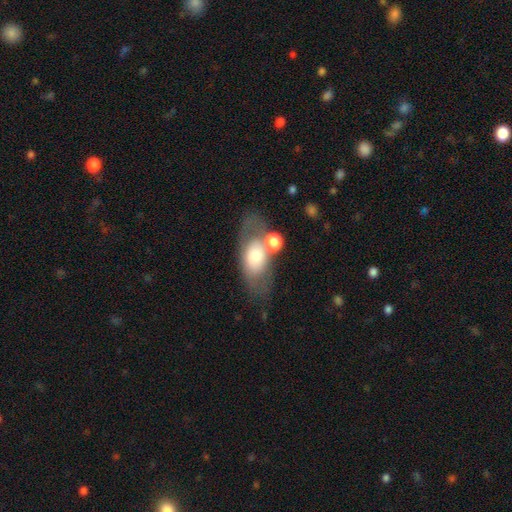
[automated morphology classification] Smooth or featured?
  - smooth: 55% *
  - featured or disk: 37%
  - star or artifact: 8%
How rounded?
  - in between: 83% *
  - round: 11%
  - cigar-shaped: 6%
Merging?
  - none: 54% *
  - merger: 19%
  - minor disturbance: 16%
  - major disturbance: 10%